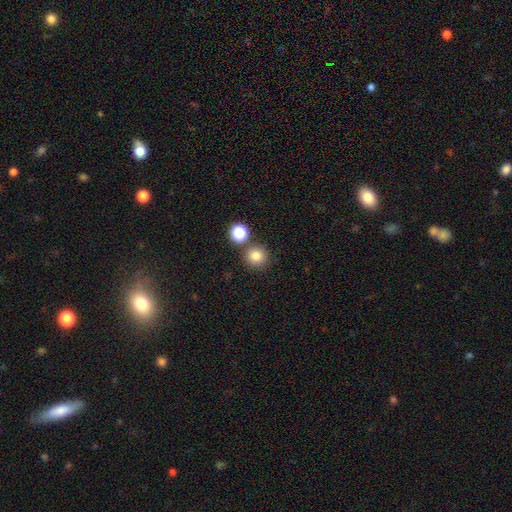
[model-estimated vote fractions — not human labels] Smooth or featured? smooth (82%)
How rounded? round (93%)
Merging? none (77%)